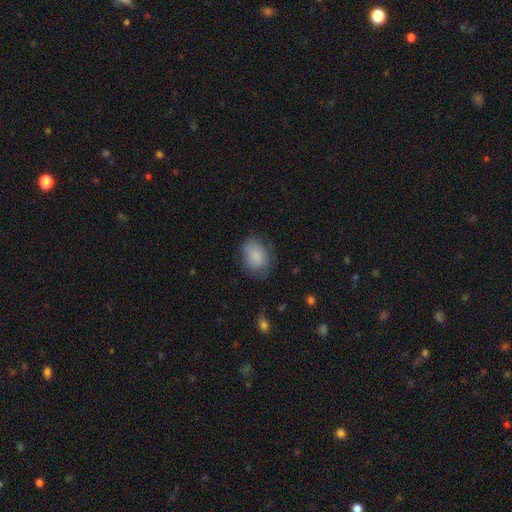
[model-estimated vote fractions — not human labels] Smooth or featured? Predicted: smooth (p=0.85). How rounded? Predicted: in between (p=0.64). Merging? Predicted: none (p=0.70).